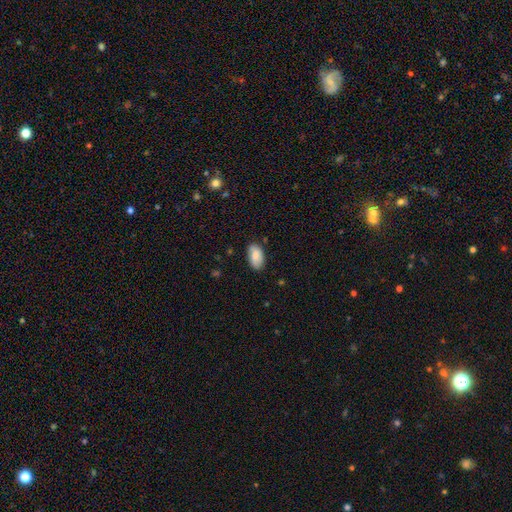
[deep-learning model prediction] The model was most divided on "merging": none: 80%, minor disturbance: 15%, major disturbance: 3%, merger: 1%. More confident: how rounded — in between (94%); smooth or featured — smooth (84%).